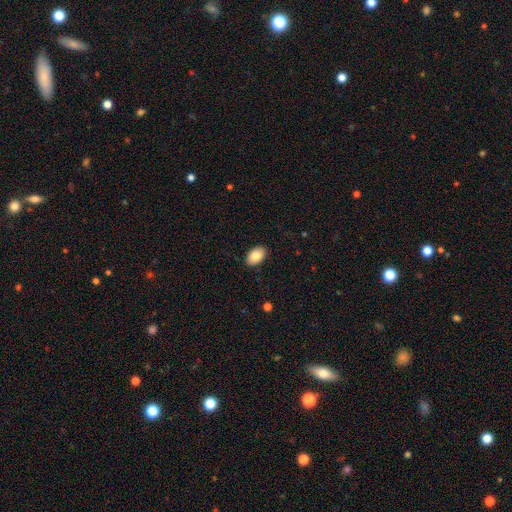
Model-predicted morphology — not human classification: A smooth galaxy with no disk features (84%) that is in between round and cigar-shaped (91%). Merging: none (89%).